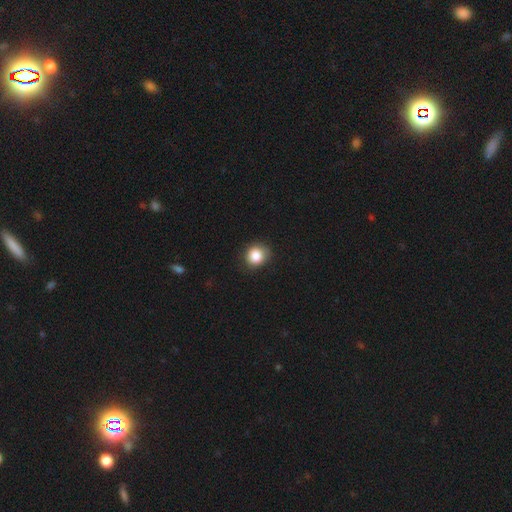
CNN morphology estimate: A smooth galaxy with no disk features (85%) that is round (83%).

Vote fractions:
- Smooth or featured? smooth: 85% / star or artifact: 10% / featured or disk: 5%
- How rounded? round: 83% / in between: 16% / cigar-shaped: 1%
- Merging? none: 82% / minor disturbance: 14% / major disturbance: 3% / merger: 1%